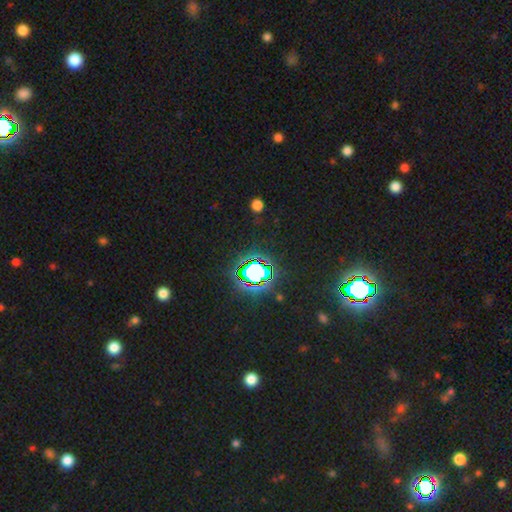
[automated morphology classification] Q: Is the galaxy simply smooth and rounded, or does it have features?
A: star or artifact — 82%.